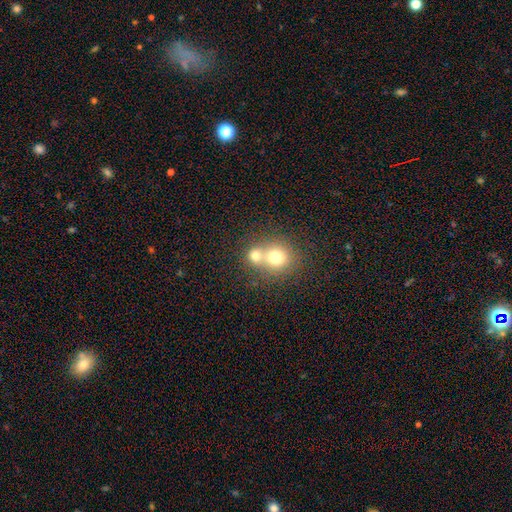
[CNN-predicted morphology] Smooth or featured: smooth — 72% (featured or disk — 15%)
How rounded: round — 82% (in between — 17%)
Merging: merger — 60% (none — 32%)